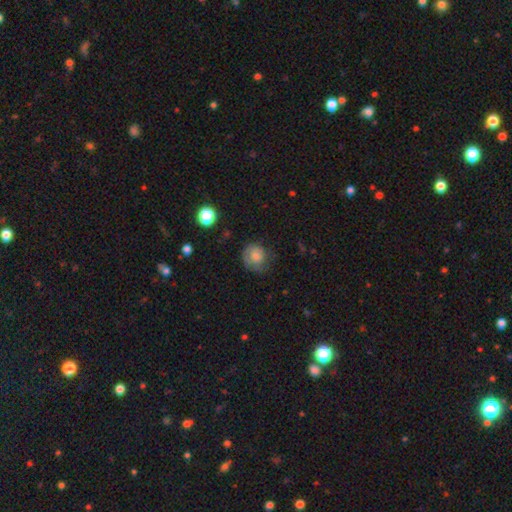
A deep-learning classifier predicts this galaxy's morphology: type=smooth (70%); roundness=round (80%); merging=none (55%).